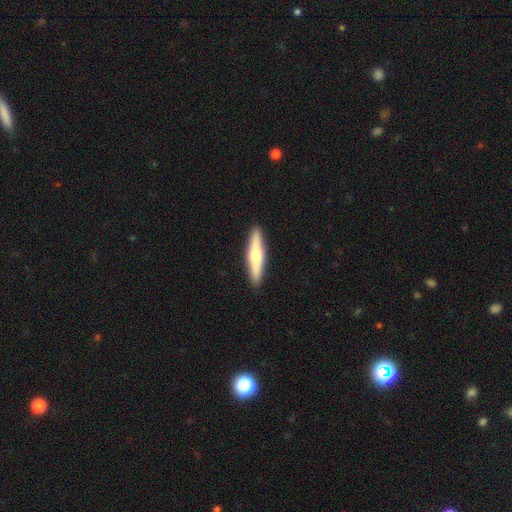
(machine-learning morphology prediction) A smooth galaxy with no disk features (52%) that is cigar-shaped (85%).

Vote fractions:
- Smooth or featured? smooth: 52% / featured or disk: 43% / star or artifact: 5%
- How rounded? cigar-shaped: 85% / in between: 13% / round: 2%
- Merging? none: 91% / minor disturbance: 6% / major disturbance: 1% / merger: 1%